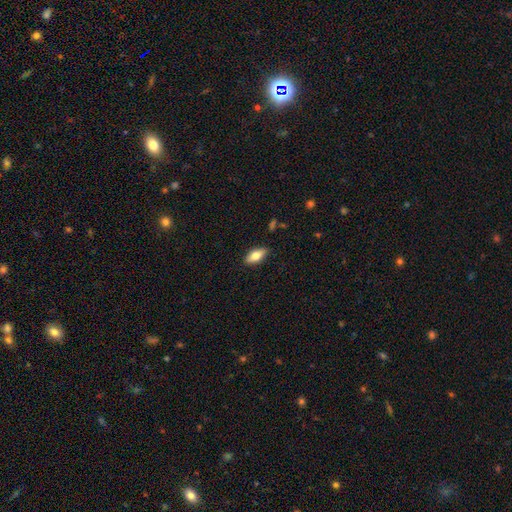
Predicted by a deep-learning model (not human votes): smooth-or-featured: smooth: 74% | featured or disk: 19% | star or artifact: 7%
  how-rounded: in between: 84% | cigar-shaped: 13% | round: 3%
  merging: none: 88% | minor disturbance: 9% | major disturbance: 2% | merger: 1%